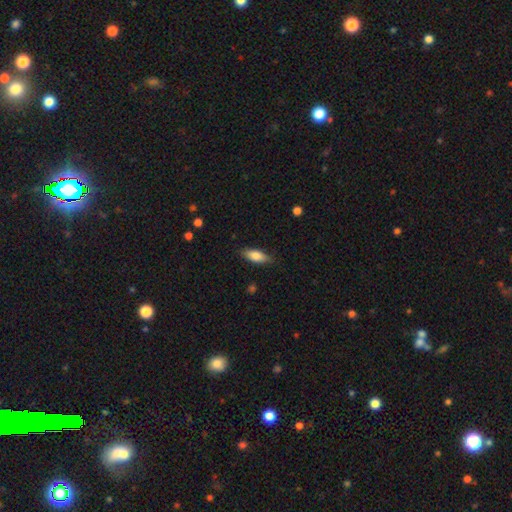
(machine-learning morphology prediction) smooth 79%, featured or disk 14%, star or artifact 6%. Down the decision tree: how rounded — in between (71%); merging — none (85%).